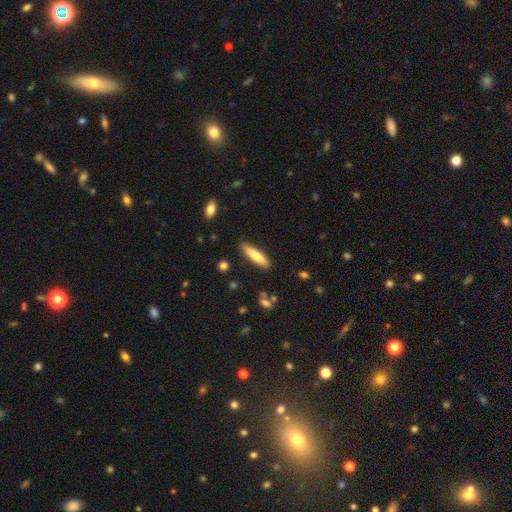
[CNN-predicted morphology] Smooth or featured?
  - smooth: 68% *
  - featured or disk: 26%
  - star or artifact: 6%
How rounded?
  - cigar-shaped: 70% *
  - in between: 28%
  - round: 2%
Merging?
  - none: 87% *
  - minor disturbance: 10%
  - major disturbance: 2%
  - merger: 2%